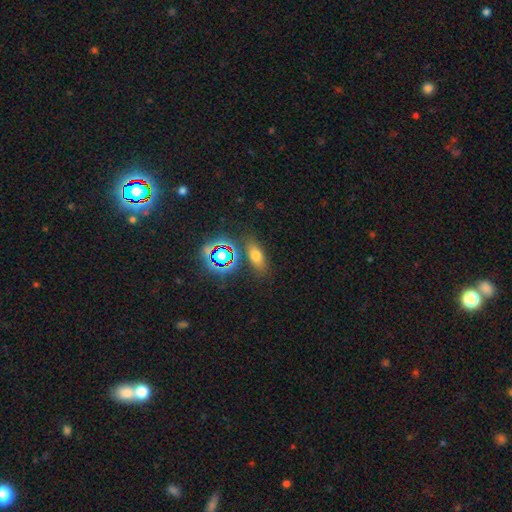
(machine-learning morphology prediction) Smooth or featured?
  - smooth: 63% *
  - star or artifact: 24%
  - featured or disk: 14%
How rounded?
  - in between: 72% *
  - cigar-shaped: 16%
  - round: 11%
Merging?
  - none: 81% *
  - minor disturbance: 11%
  - merger: 5%
  - major disturbance: 4%